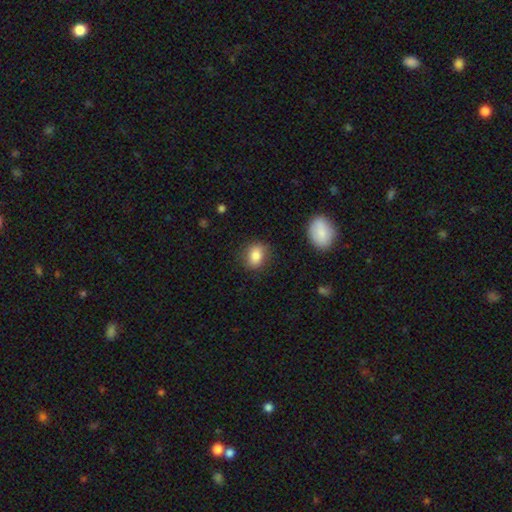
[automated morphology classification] Smooth or featured? Predicted: smooth (p=0.85). How rounded? Predicted: in between (p=0.59). Merging? Predicted: none (p=0.80).